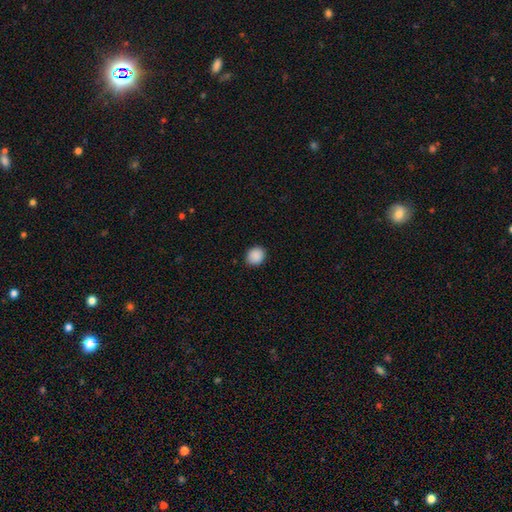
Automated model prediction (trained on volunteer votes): Smooth or featured? Predicted: smooth (p=0.89). How rounded? Predicted: round (p=0.73). Merging? Predicted: none (p=0.89).